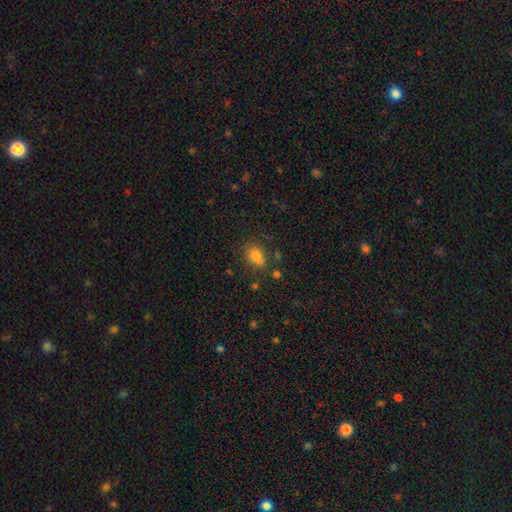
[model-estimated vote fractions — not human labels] Smooth or featured? smooth (72%)
How rounded? round (59%)
Merging? none (56%)